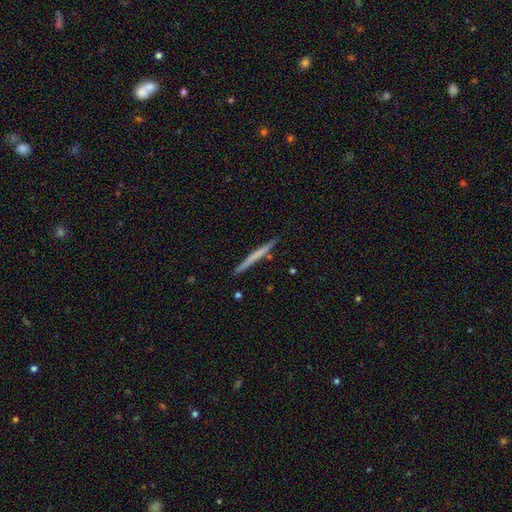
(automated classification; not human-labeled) Smooth or featured?
  - smooth: 55% *
  - featured or disk: 40%
  - star or artifact: 5%
How rounded?
  - cigar-shaped: 97% *
  - in between: 2%
  - round: 1%
Merging?
  - none: 90% *
  - minor disturbance: 7%
  - merger: 2%
  - major disturbance: 1%